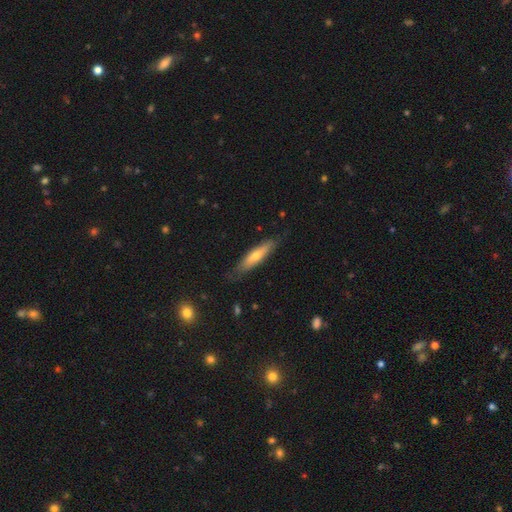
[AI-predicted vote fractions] smooth 48%, featured or disk 45%, star or artifact 6%. Down the decision tree: merging — none (81%).